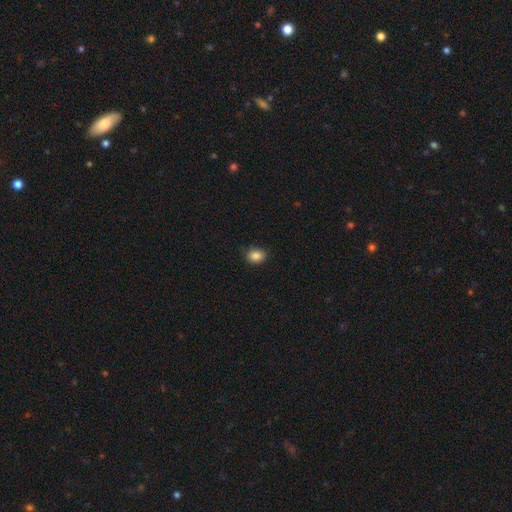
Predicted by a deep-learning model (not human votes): A smooth galaxy with no disk features (86%) that is in between round and cigar-shaped (57%). Merging: none (84%).